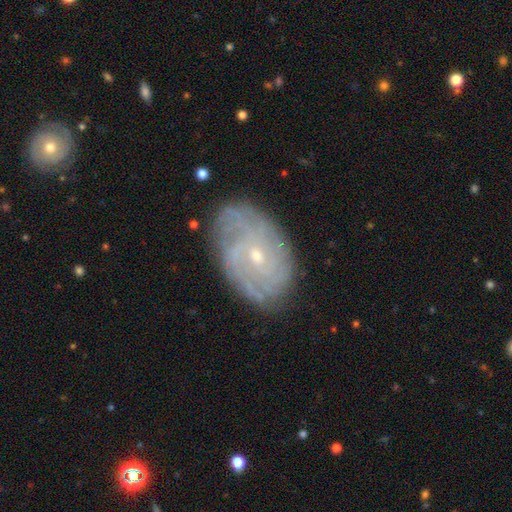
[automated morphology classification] A featured or disk galaxy (79%) with no bar (65%), tight (67%) spiral arms (92%) and a small central bulge (72%).

Vote fractions:
- Smooth or featured? featured or disk: 79% / smooth: 13% / star or artifact: 8%
- Edge-on disk? no: 96% / yes: 4%
- Bar? no: 65% / weak: 30% / strong: 5%
- Spiral arms? yes: 92% / no: 8%
- Spiral winding? tight: 67% / medium: 25% / loose: 8%
- Spiral arm count? can't tell: 45% / 4: 15% / 3: 12% / 2: 12% / more than 4: 11% / 1: 6%
- Bulge size? small: 72% / moderate: 25% / none: 1% / large: 1% / dominant: 1%
- Merging? none: 79% / minor disturbance: 15% / major disturbance: 4% / merger: 1%